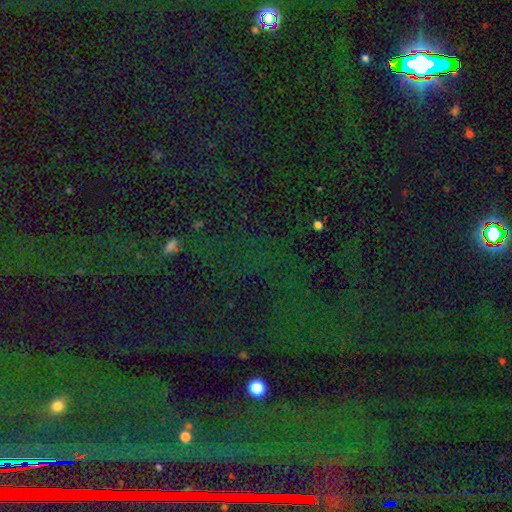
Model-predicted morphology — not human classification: type=star or artifact (83%).